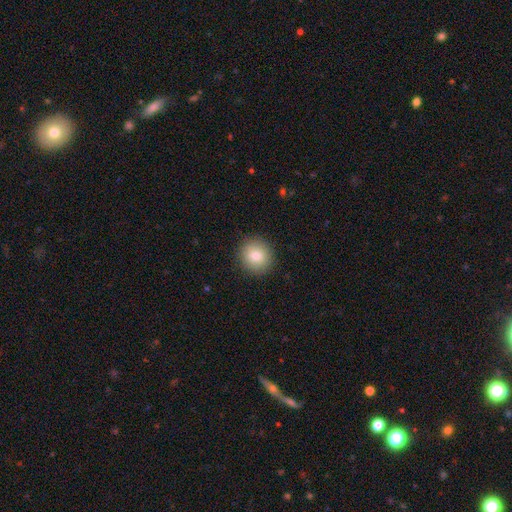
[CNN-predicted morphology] Smooth or featured: smooth — 81% (featured or disk — 9%)
How rounded: round — 90% (in between — 9%)
Merging: none — 90% (minor disturbance — 7%)